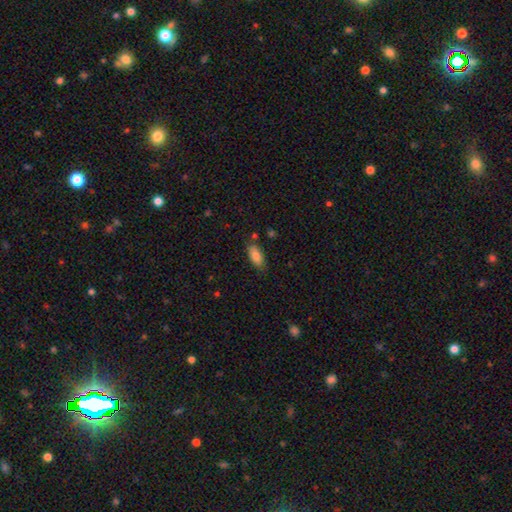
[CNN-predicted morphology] smooth 84%, featured or disk 9%, star or artifact 7%. Down the decision tree: how rounded — in between (83%); merging — none (80%).